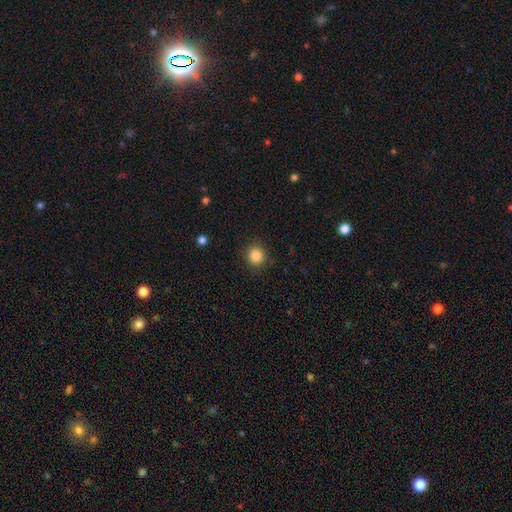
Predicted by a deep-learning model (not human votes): This appears to be a smooth galaxy with no disk features (85%) that is round (88%). Merging: none (89%).